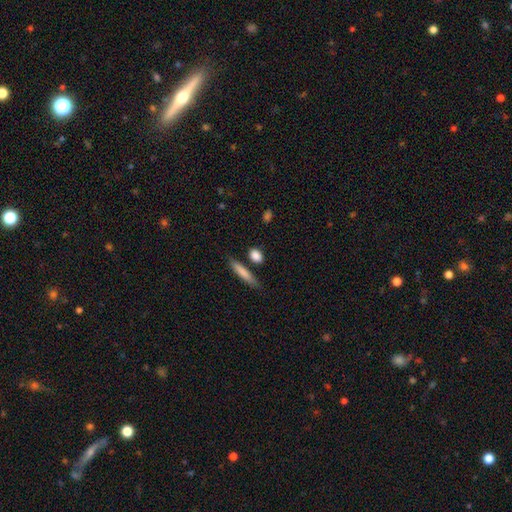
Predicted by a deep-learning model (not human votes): This is clearly a smooth galaxy (85%). How rounded: marginally in between (44%). Merging: likely none (79%).